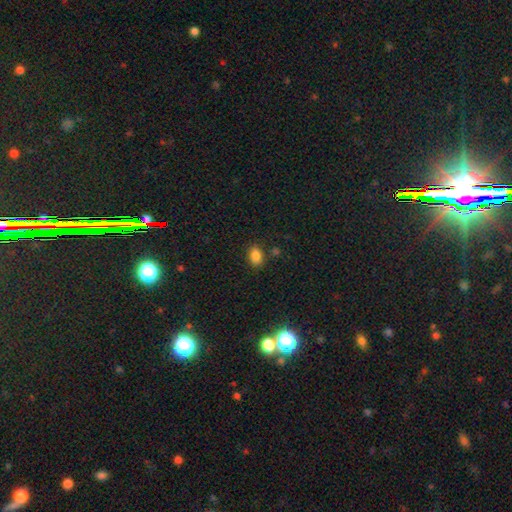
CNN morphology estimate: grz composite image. It shows a smooth galaxy with no disk features (84%) that is in between round and cigar-shaped (81%). Merging: none (81%).